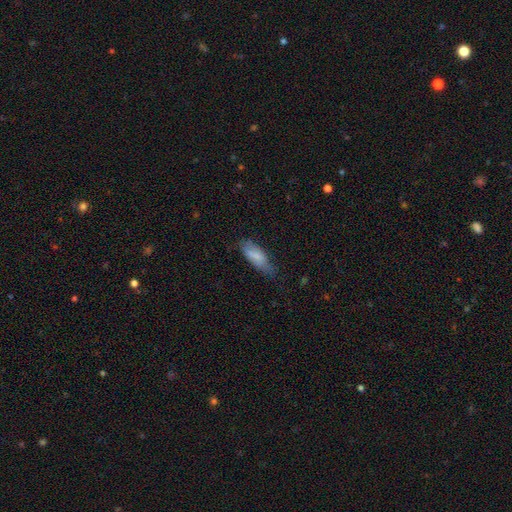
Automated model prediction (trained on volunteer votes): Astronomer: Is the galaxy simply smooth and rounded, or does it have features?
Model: smooth — 75%.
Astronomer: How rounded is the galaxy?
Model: in between — 68%.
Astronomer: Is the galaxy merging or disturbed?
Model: none — 54% (runner-up: minor disturbance, 33%).